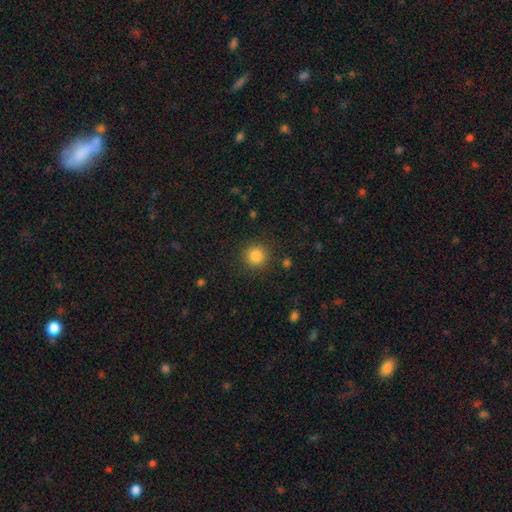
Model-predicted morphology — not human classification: Smooth or featured? smooth (85%)
How rounded? round (93%)
Merging? none (89%)